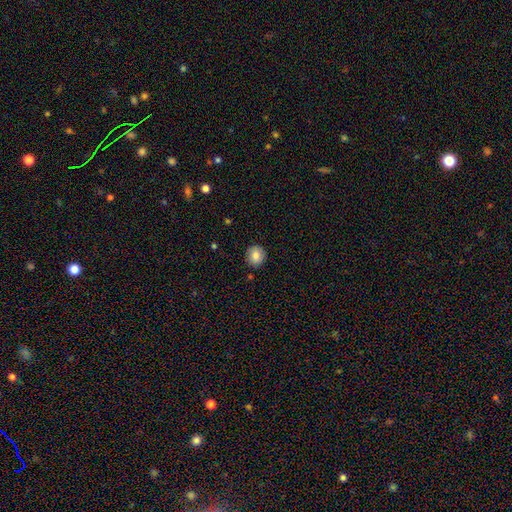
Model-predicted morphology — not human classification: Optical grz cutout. It shows a smooth galaxy with no disk features (84%) that is round (85%). Merging: none (89%).